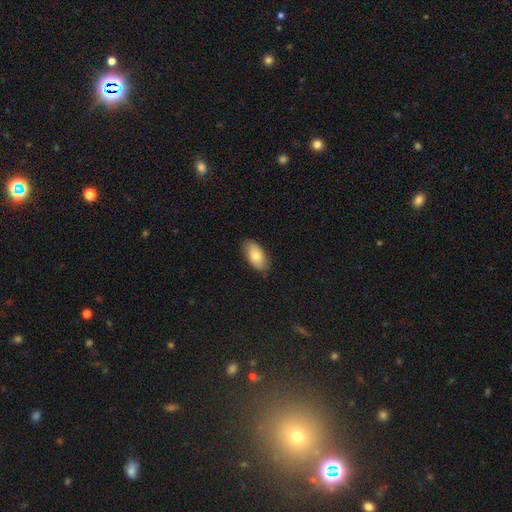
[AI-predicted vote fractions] Smooth or featured: smooth — 81% (featured or disk — 13%)
How rounded: in between — 94% (cigar-shaped — 3%)
Merging: none — 84% (minor disturbance — 13%)